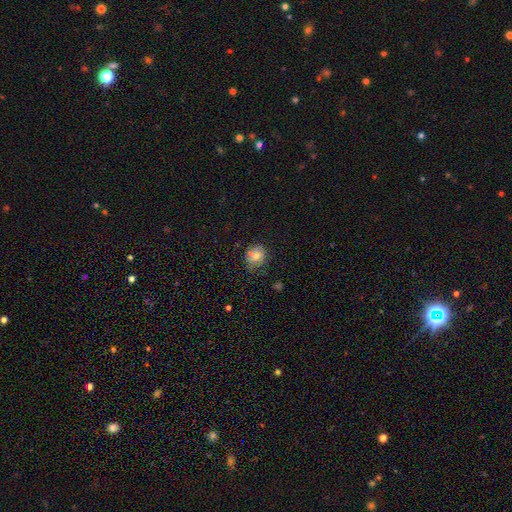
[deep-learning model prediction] A smooth galaxy with no disk features (66%) that is round (67%).

Vote fractions:
- Smooth or featured? smooth: 66% / featured or disk: 19% / star or artifact: 15%
- How rounded? round: 67% / in between: 32% / cigar-shaped: 1%
- Merging? none: 65% / minor disturbance: 20% / merger: 9% / major disturbance: 6%